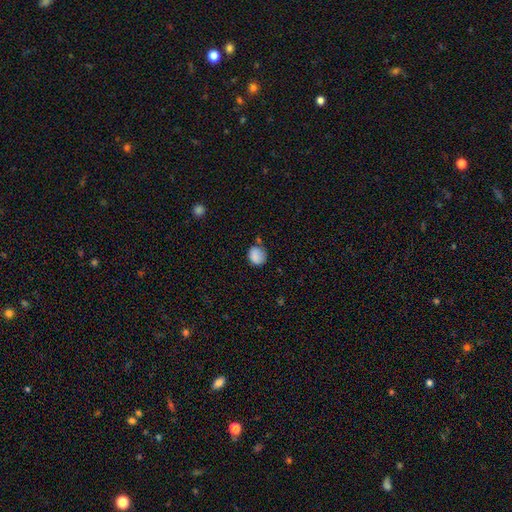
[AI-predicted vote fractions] smooth 84%, star or artifact 9%, featured or disk 7%. Down the decision tree: how rounded — round (68%); merging — none (63%).